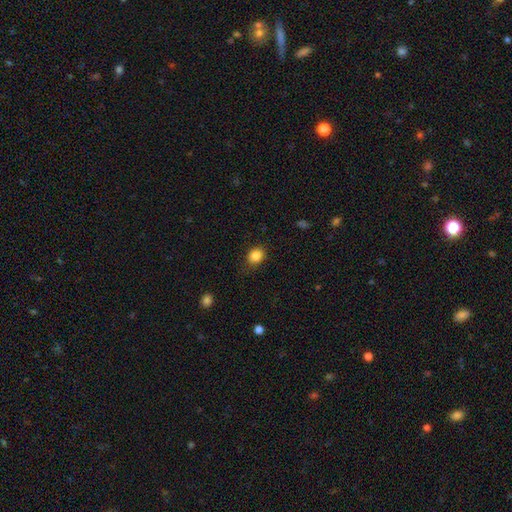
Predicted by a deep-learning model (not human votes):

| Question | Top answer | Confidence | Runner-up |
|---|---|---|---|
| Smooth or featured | smooth | 86% | star or artifact (10%) |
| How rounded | round | 60% | in between (39%) |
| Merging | none | 79% | minor disturbance (16%) |